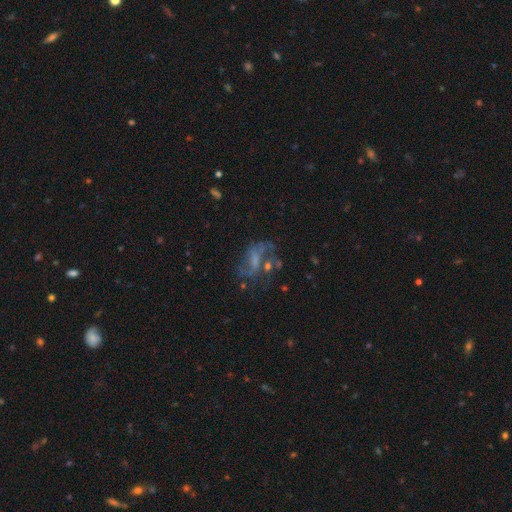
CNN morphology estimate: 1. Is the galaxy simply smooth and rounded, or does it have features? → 63% featured or disk, 21% star or artifact, 16% smooth.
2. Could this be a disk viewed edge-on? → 95% no, 5% yes.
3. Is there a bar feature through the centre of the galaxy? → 44% weak, 40% no, 16% strong.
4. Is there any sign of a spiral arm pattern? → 73% yes, 27% no.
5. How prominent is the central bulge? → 47% small, 26% none, 23% moderate, 3% large, 1% dominant.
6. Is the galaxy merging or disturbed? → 58% none, 19% major disturbance, 16% minor disturbance, 7% merger.